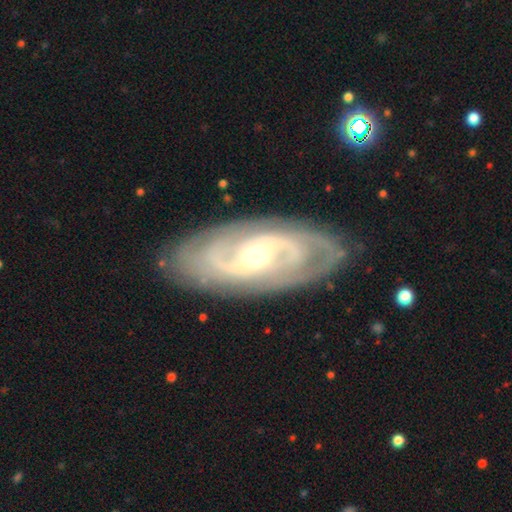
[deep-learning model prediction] Smooth or featured? Predicted: featured or disk (p=0.87). Edge-on disk? Predicted: no (p=0.93). Bar? Predicted: no (p=0.45). Spiral arms? Predicted: yes (p=0.94). Spiral winding? Predicted: tight (p=0.59). Spiral arm count? Predicted: 2 (p=0.57). Bulge size? Predicted: moderate (p=0.56). Merging? Predicted: none (p=0.84).